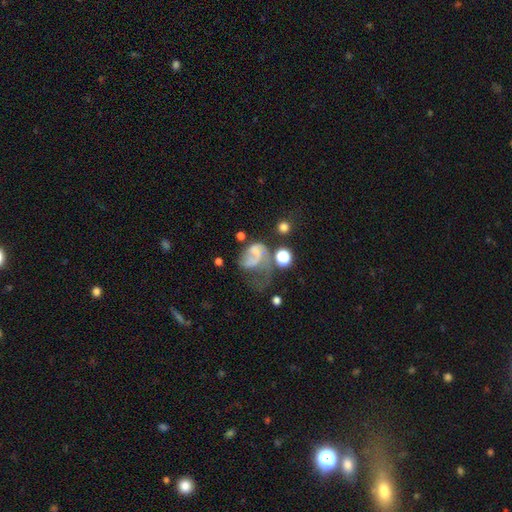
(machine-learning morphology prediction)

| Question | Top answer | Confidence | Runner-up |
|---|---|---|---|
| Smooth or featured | featured or disk | 47% | smooth (38%) |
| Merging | major disturbance | 55% | none (16%) |